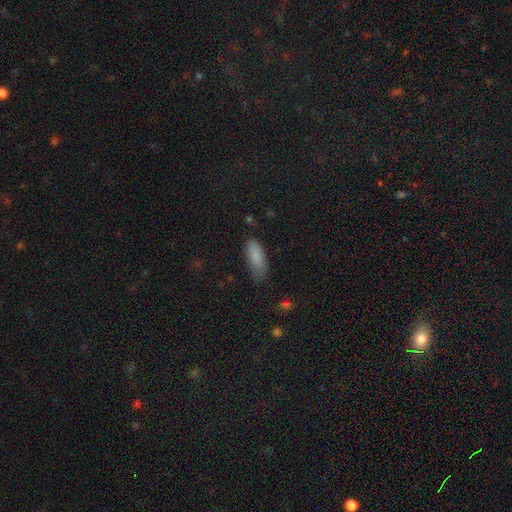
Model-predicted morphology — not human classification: smooth 86%, star or artifact 7%, featured or disk 7%. Down the decision tree: how rounded — in between (78%); merging — none (62%).